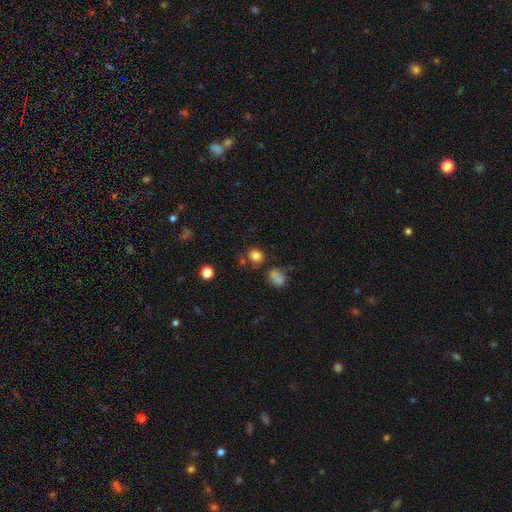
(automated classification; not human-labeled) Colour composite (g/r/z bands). It shows a smooth galaxy with no disk features (81%) that is round (70%). Merging: none (70%).